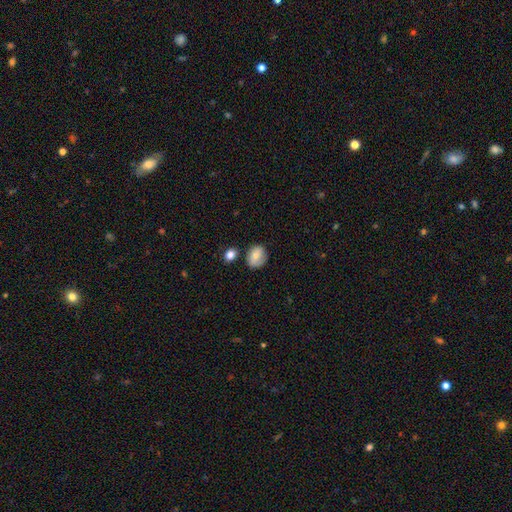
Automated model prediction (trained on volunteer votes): smooth-or-featured: smooth: 69% | featured or disk: 23% | star or artifact: 8%
  how-rounded: round: 55% | in between: 44% | cigar-shaped: 1%
  merging: none: 68% | minor disturbance: 21% | merger: 6% | major disturbance: 5%